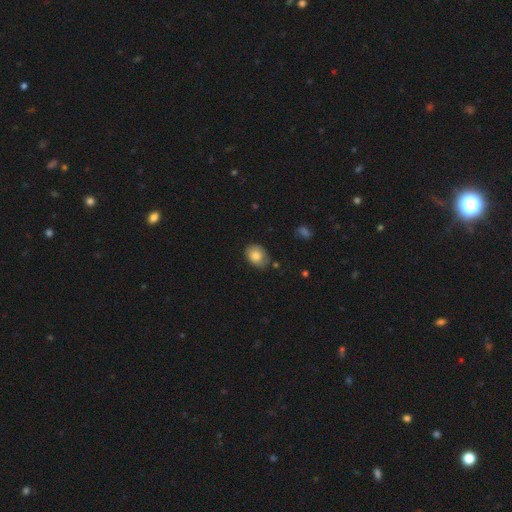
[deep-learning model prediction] Smooth or featured: smooth — 80% (featured or disk — 12%)
How rounded: in between — 64% (round — 35%)
Merging: none — 73% (minor disturbance — 20%)